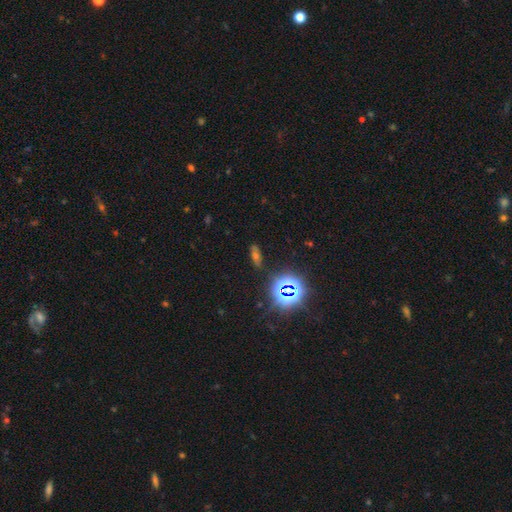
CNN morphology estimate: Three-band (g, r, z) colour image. It shows a star or artifact, not a galaxy (50%).